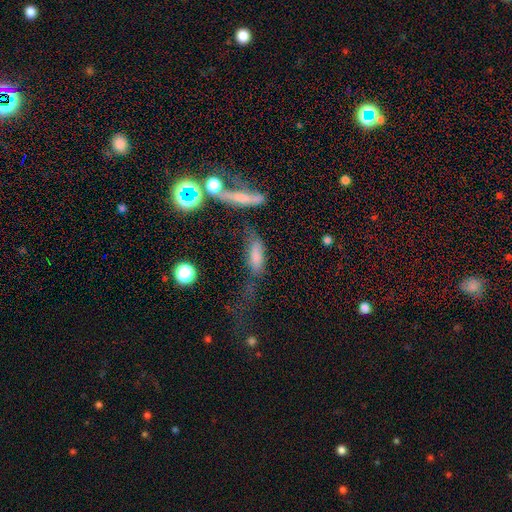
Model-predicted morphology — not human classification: Smooth or featured? smooth (71%)
How rounded? in between (54%)
Merging? none (36%)